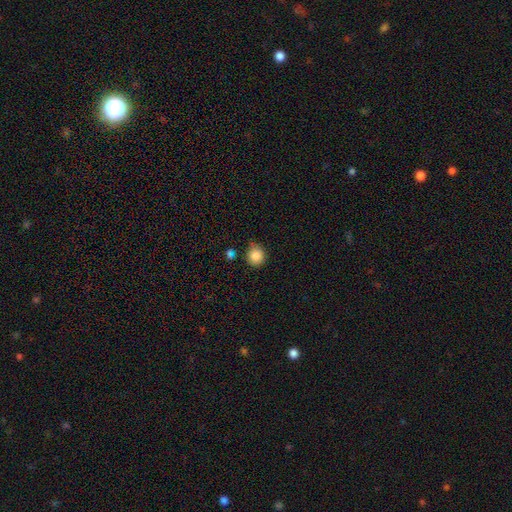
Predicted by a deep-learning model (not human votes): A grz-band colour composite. It shows a smooth galaxy with no disk features (86%) that is round (88%). Merging: none (73%).